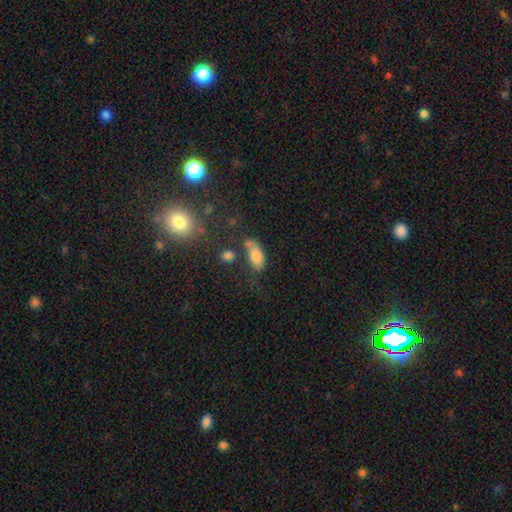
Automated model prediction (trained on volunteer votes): This appears to be a smooth galaxy with no disk features (77%) that is in between round and cigar-shaped (86%). Merging: none (44%).